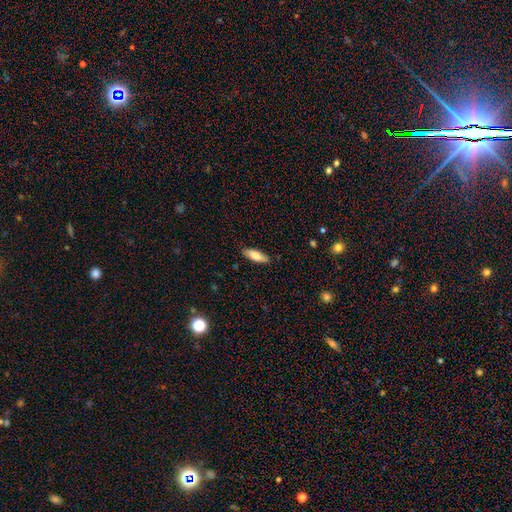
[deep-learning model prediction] A smooth galaxy with no disk features (79%) that is in between round and cigar-shaped (59%).

Vote fractions:
- Smooth or featured? smooth: 79% / featured or disk: 15% / star or artifact: 6%
- How rounded? in between: 59% / cigar-shaped: 39% / round: 2%
- Merging? none: 87% / minor disturbance: 10% / major disturbance: 2% / merger: 1%